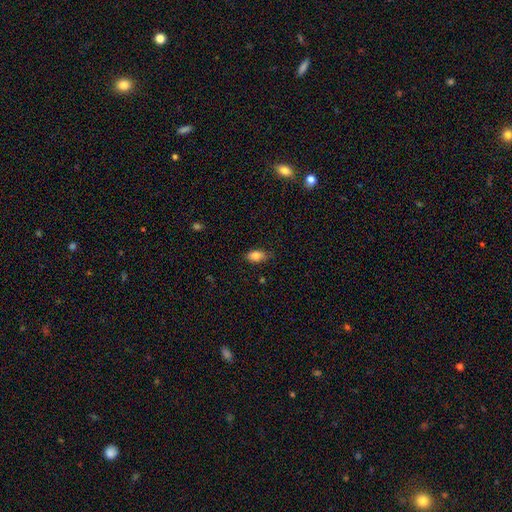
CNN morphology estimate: Smooth or featured: smooth — 84% (star or artifact — 8%)
How rounded: in between — 89% (round — 7%)
Merging: none — 75% (minor disturbance — 20%)